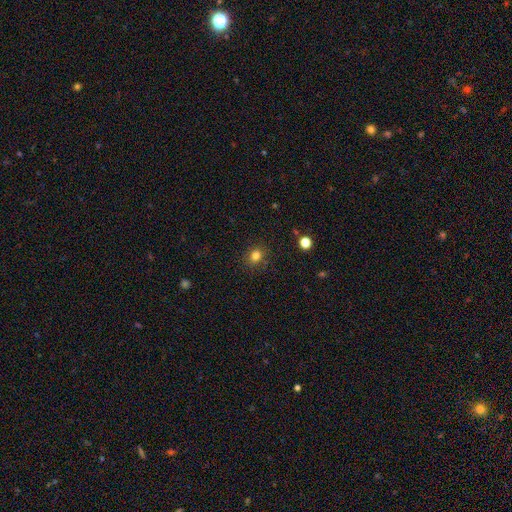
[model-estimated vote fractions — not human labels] A smooth galaxy with no disk features (81%) that is round (68%).

Vote fractions:
- Smooth or featured? smooth: 81% / star or artifact: 14% / featured or disk: 6%
- How rounded? round: 68% / in between: 31% / cigar-shaped: 1%
- Merging? none: 86% / minor disturbance: 9% / major disturbance: 3% / merger: 2%